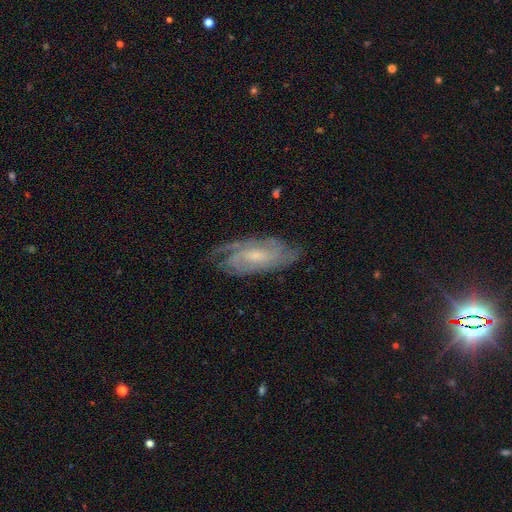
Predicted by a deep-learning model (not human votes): Smooth or featured?
  - featured or disk: 78% *
  - smooth: 15%
  - star or artifact: 7%
Edge-on disk?
  - no: 90% *
  - yes: 10%
Bar?
  - no: 53% *
  - weak: 39%
  - strong: 8%
Spiral arms?
  - yes: 93% *
  - no: 7%
Spiral winding?
  - tight: 57% *
  - medium: 34%
  - loose: 9%
Spiral arm count?
  - can't tell: 41% *
  - 2: 25%
  - 3: 17%
  - 4: 8%
  - 1: 5%
  - more than 4: 4%
Bulge size?
  - small: 54% *
  - moderate: 35%
  - none: 7%
  - large: 3%
  - dominant: 1%
Merging?
  - none: 71% *
  - minor disturbance: 20%
  - major disturbance: 8%
  - merger: 1%